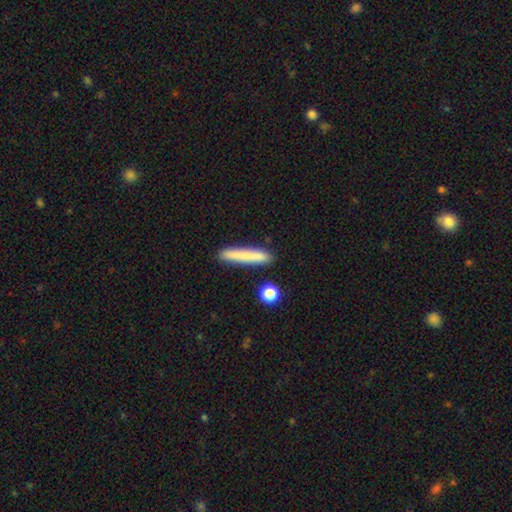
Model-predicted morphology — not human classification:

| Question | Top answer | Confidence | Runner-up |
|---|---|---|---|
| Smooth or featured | smooth | 78% | featured or disk (15%) |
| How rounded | cigar-shaped | 91% | in between (7%) |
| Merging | none | 86% | minor disturbance (9%) |